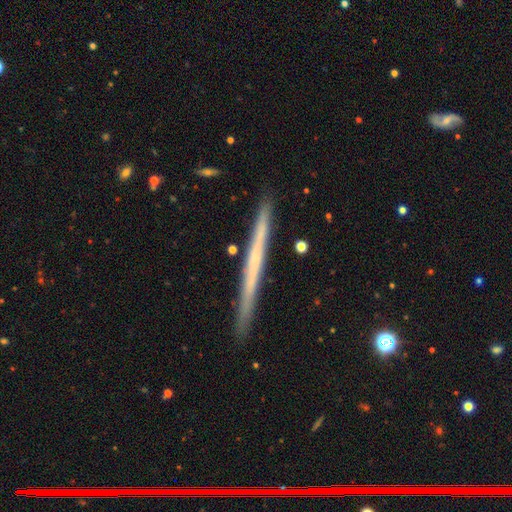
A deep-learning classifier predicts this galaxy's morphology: A featured or disk galaxy (57%) viewed edge-on (97%) with no central bulge (89%). Merging: none (90%).